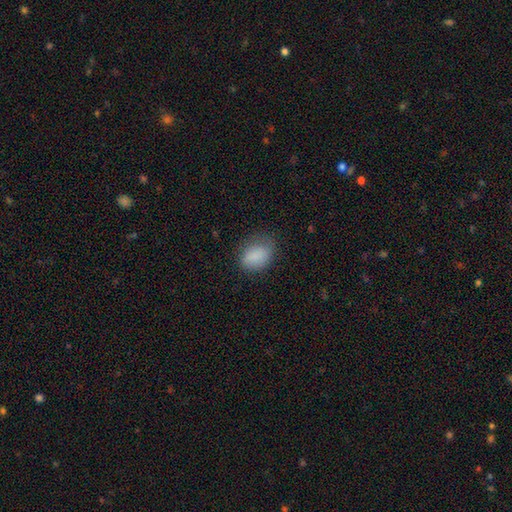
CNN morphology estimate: Q: Smooth or featured?
A: smooth (86%); runner-up: star or artifact (8%)
Q: How rounded?
A: in between (77%); runner-up: round (22%)
Q: Merging?
A: none (68%); runner-up: minor disturbance (23%)